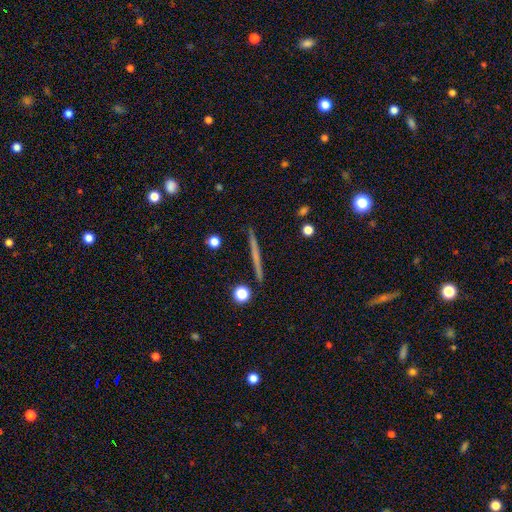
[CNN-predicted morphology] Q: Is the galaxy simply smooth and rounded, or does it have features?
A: featured or disk — 49%.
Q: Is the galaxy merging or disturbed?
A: none — 91%.